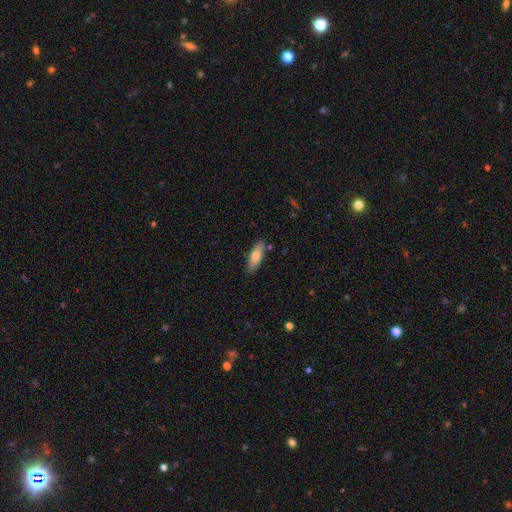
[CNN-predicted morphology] Smooth or featured: smooth — 72% (featured or disk — 22%)
How rounded: in between — 53% (cigar-shaped — 45%)
Merging: none — 83% (minor disturbance — 12%)